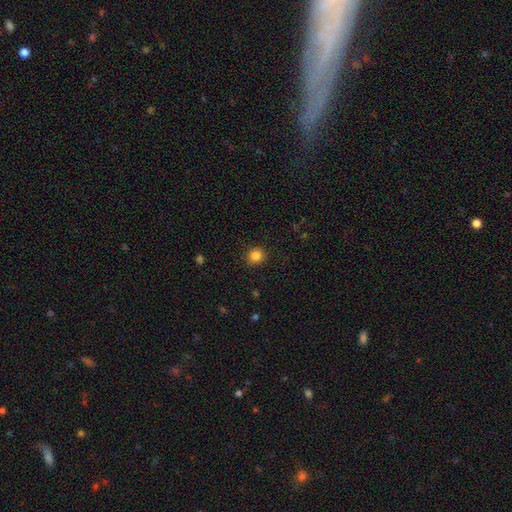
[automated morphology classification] Smooth or featured? Predicted: smooth (p=0.86). How rounded? Predicted: round (p=0.85). Merging? Predicted: none (p=0.88).